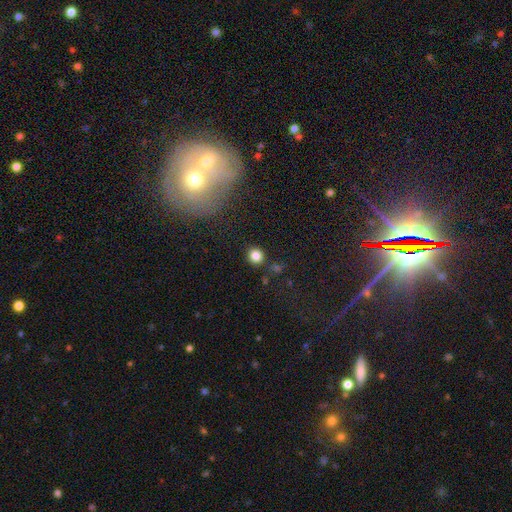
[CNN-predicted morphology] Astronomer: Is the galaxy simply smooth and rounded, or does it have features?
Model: smooth — 83%.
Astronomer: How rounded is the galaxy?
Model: round — 88%.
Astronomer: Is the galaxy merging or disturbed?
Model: none — 86%.